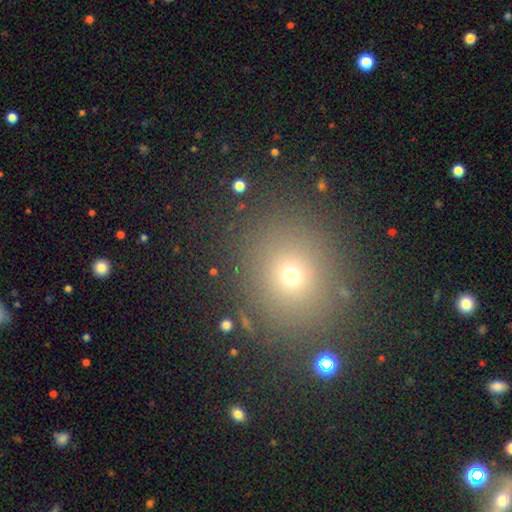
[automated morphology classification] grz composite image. It shows a smooth galaxy with no disk features (60%) that is round (80%). Merging: none (89%).